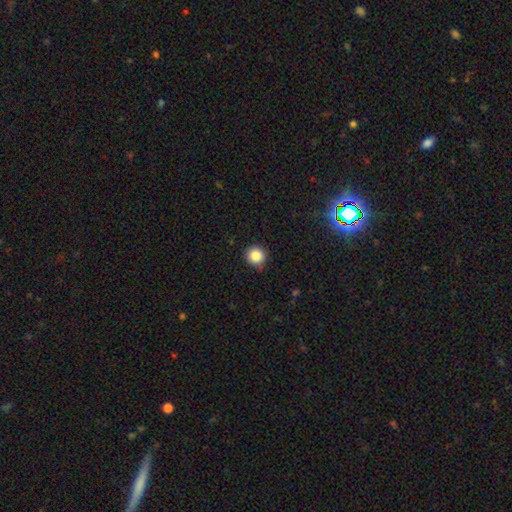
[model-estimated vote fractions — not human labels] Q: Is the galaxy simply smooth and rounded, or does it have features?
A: smooth — 86%.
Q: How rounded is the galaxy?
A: round — 94%.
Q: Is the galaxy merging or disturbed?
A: none — 88%.